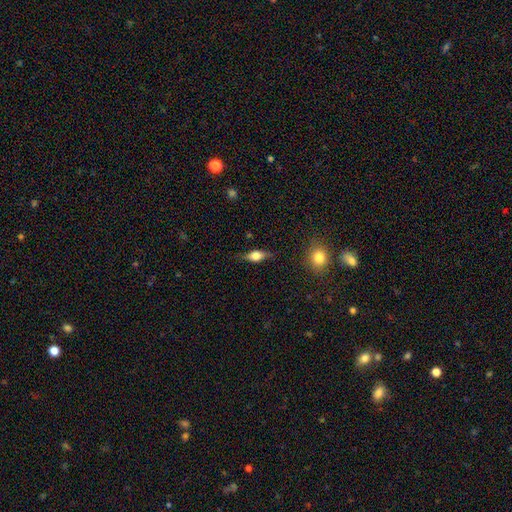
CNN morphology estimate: Q: Smooth or featured?
A: smooth (52%); runner-up: featured or disk (40%)
Q: How rounded?
A: in between (70%); runner-up: cigar-shaped (21%)
Q: Merging?
A: none (77%); runner-up: minor disturbance (17%)